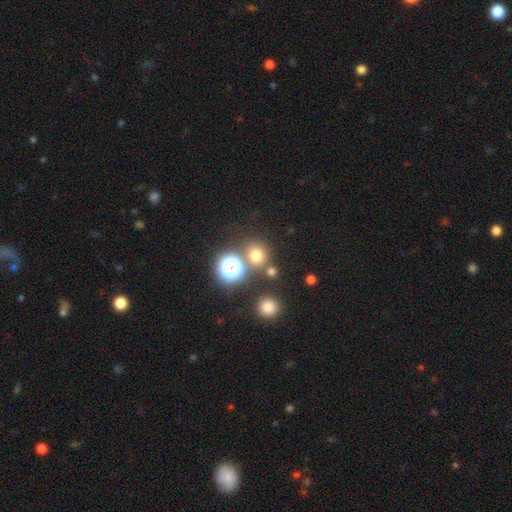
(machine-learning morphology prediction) smooth-or-featured: smooth: 68% | star or artifact: 25% | featured or disk: 7%
  how-rounded: round: 84% | in between: 15% | cigar-shaped: 1%
  merging: none: 73% | merger: 14% | minor disturbance: 8% | major disturbance: 4%